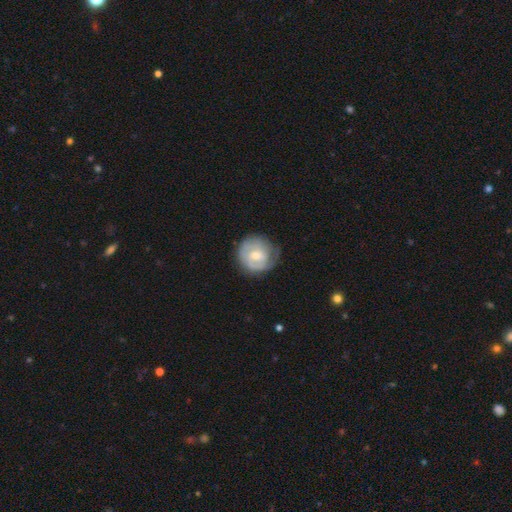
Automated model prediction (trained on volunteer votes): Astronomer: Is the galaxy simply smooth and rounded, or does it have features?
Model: featured or disk — 58% (runner-up: smooth, 36%).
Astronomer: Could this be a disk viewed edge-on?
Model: no — 97%.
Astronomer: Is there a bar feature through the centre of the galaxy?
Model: no — 59% (runner-up: weak, 35%).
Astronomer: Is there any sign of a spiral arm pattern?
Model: yes — 76%.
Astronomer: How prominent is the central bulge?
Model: small — 50% (runner-up: moderate, 44%).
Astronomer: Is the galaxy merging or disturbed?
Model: none — 67%.